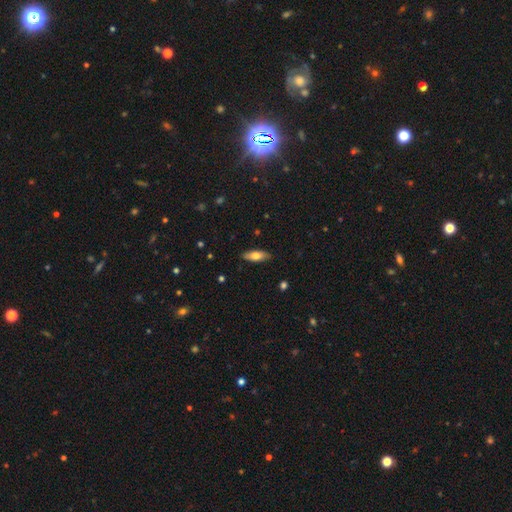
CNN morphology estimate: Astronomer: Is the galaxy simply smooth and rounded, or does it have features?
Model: smooth — 69%.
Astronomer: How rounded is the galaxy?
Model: in between — 65%.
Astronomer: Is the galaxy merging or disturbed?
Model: none — 87%.